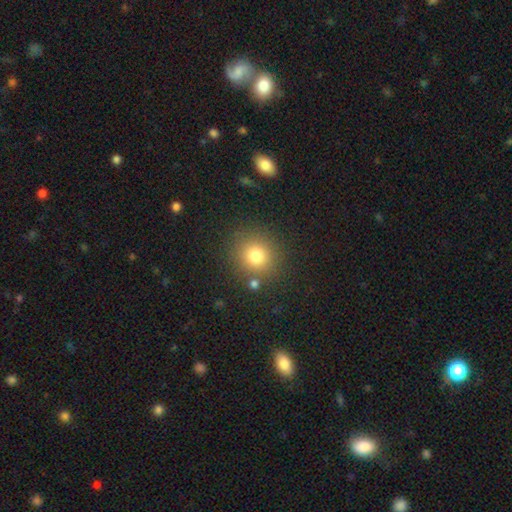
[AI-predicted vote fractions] A smooth galaxy with no disk features (78%) that is round (90%). Merging: none (84%).